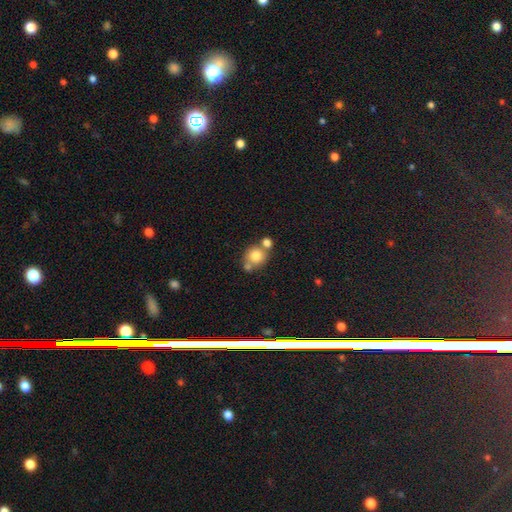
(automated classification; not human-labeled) Q: Smooth or featured?
A: smooth (78%); runner-up: featured or disk (12%)
Q: How rounded?
A: round (83%); runner-up: in between (16%)
Q: Merging?
A: none (53%); runner-up: merger (33%)